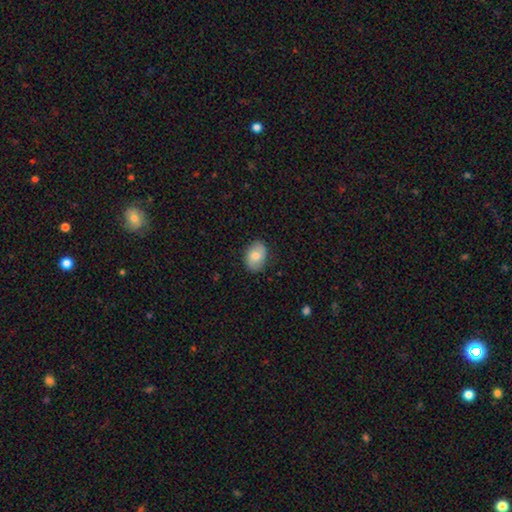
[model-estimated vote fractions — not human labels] The model was most divided on "smooth or featured": smooth: 72%, featured or disk: 21%, star or artifact: 7%. More confident: merging — none (82%); how rounded — in between (79%).